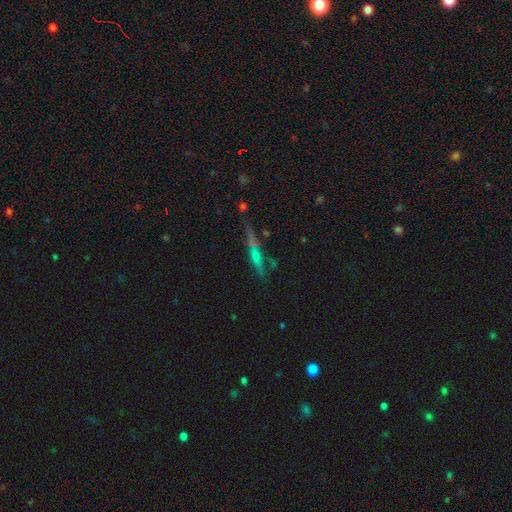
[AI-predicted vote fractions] A featured or disk galaxy (48%).

Vote fractions:
- Smooth or featured? featured or disk: 48% / smooth: 35% / star or artifact: 17%
- Merging? none: 67% / minor disturbance: 16% / merger: 9% / major disturbance: 7%